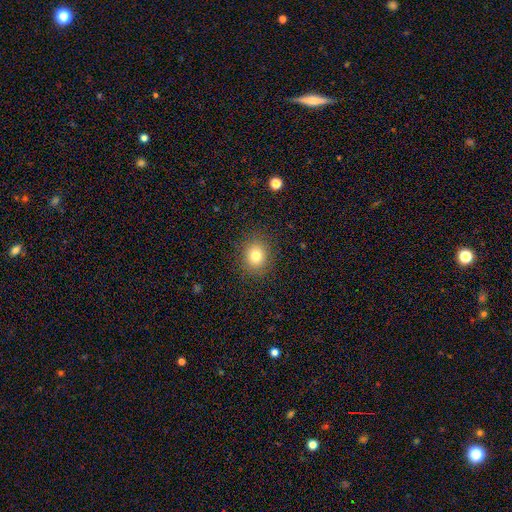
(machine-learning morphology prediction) Smooth or featured: smooth — 79% (star or artifact — 13%)
How rounded: round — 76% (in between — 23%)
Merging: none — 88% (minor disturbance — 8%)